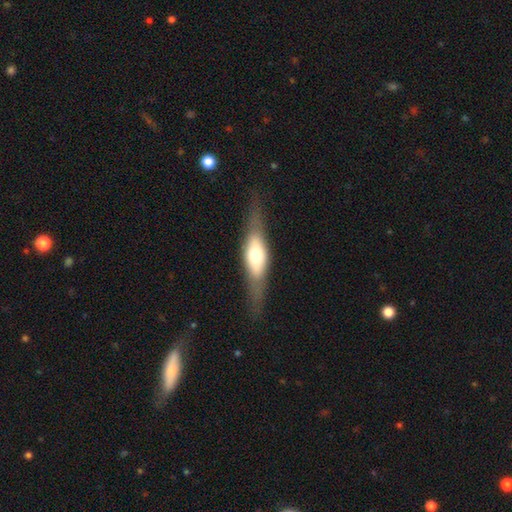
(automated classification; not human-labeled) Smooth or featured? featured or disk (56%)
Edge-on disk? yes (83%)
Merging? none (75%)